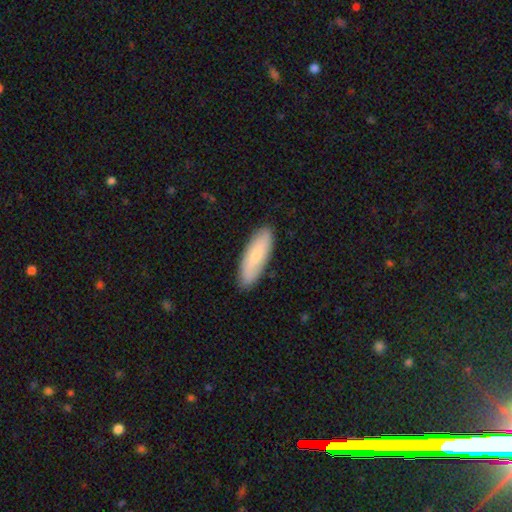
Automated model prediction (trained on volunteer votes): A smooth galaxy with no disk features (69%) that is in between round and cigar-shaped (56%).

Vote fractions:
- Smooth or featured? smooth: 69% / featured or disk: 25% / star or artifact: 5%
- How rounded? in between: 56% / cigar-shaped: 42% / round: 2%
- Merging? none: 87% / minor disturbance: 10% / major disturbance: 2% / merger: 1%